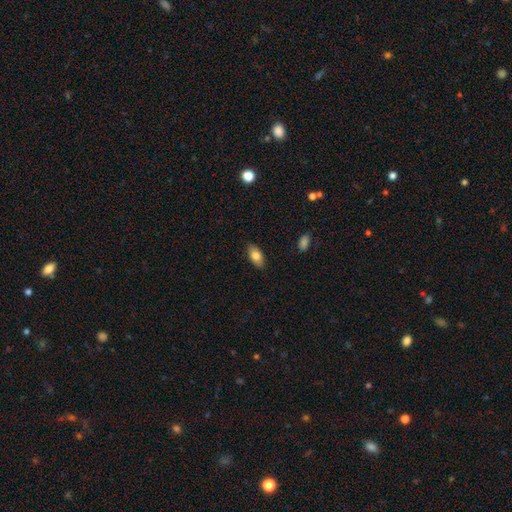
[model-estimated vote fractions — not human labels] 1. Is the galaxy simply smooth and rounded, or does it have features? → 80% smooth, 13% featured or disk, 7% star or artifact.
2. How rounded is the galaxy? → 91% in between, 5% cigar-shaped, 4% round.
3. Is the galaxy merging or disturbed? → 87% none, 9% minor disturbance, 2% major disturbance, 1% merger.